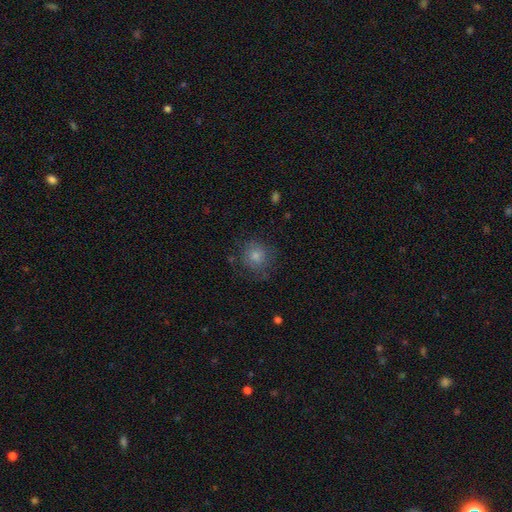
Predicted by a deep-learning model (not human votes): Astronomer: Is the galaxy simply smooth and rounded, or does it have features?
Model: smooth — 65%.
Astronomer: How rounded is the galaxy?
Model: round — 89%.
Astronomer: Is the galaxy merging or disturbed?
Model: none — 76%.